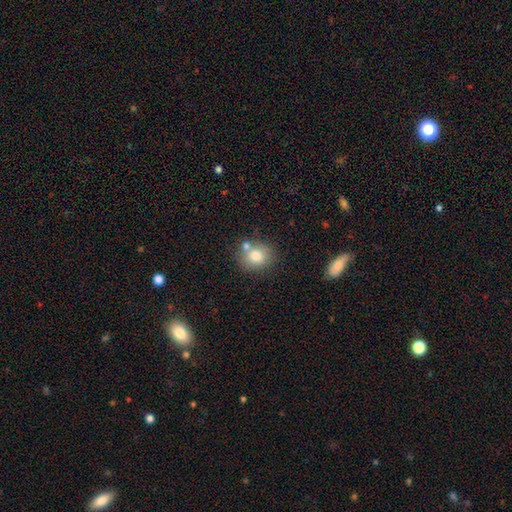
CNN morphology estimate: This is likely a smooth galaxy (79%). How rounded: likely round (70%). Merging: likely none (65%).